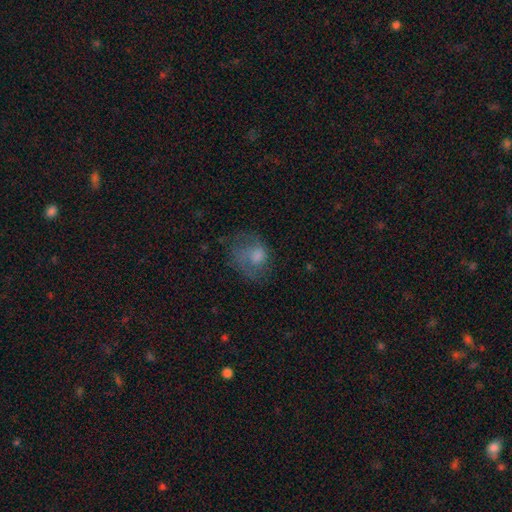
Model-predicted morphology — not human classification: type=smooth (50%); roundness=in between (51%); merging=none (44%).